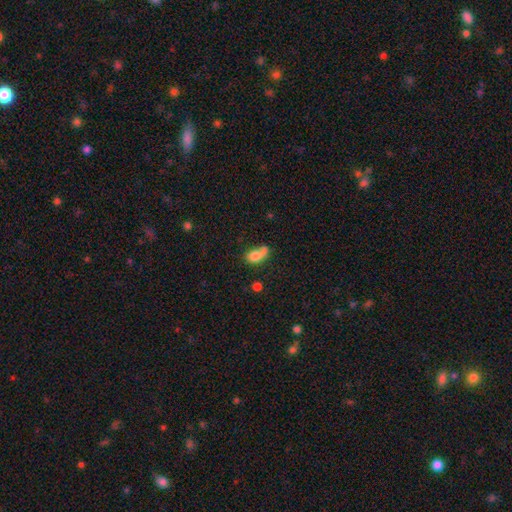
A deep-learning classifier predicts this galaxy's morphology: This appears to be a smooth galaxy with no disk features (76%) that is in between round and cigar-shaped (68%). Merging: merger (49%).